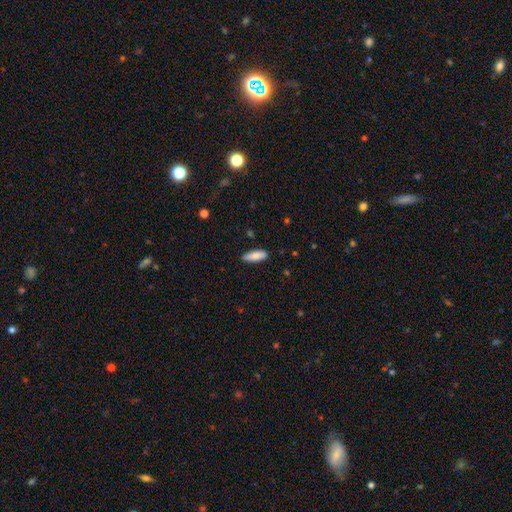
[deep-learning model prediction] The model was most divided on "how rounded": in between: 51%, cigar-shaped: 48%, round: 2%. More confident: smooth or featured — smooth (85%); merging — none (85%).